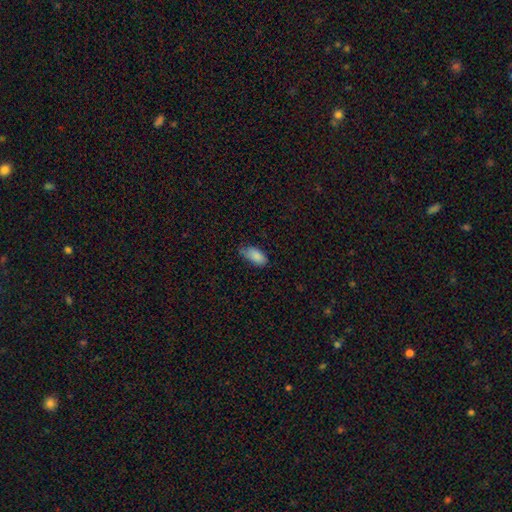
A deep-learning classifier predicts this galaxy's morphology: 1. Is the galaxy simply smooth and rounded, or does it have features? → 87% smooth, 8% star or artifact, 6% featured or disk.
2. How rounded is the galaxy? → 92% in between, 6% cigar-shaped, 3% round.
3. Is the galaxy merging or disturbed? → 59% none, 33% minor disturbance, 6% major disturbance, 2% merger.